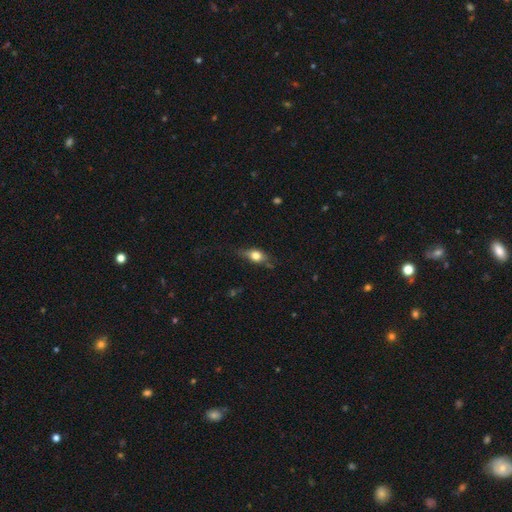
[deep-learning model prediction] Smooth or featured: smooth — 62% (featured or disk — 29%)
How rounded: in between — 69% (cigar-shaped — 16%)
Merging: none — 66% (minor disturbance — 25%)